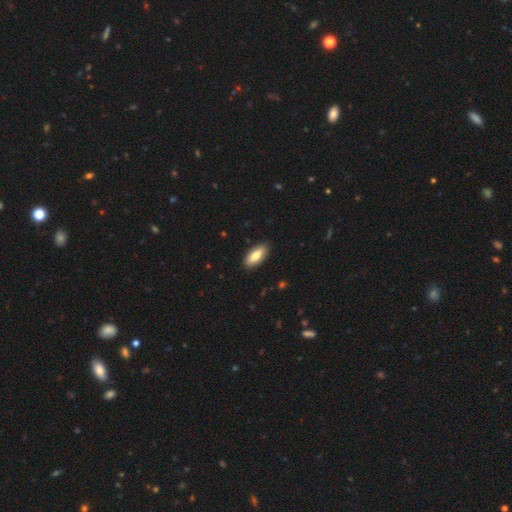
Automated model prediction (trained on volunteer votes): smooth-or-featured: smooth: 79% | featured or disk: 15% | star or artifact: 6%
  how-rounded: in between: 85% | cigar-shaped: 13% | round: 2%
  merging: none: 89% | minor disturbance: 8% | major disturbance: 2% | merger: 1%